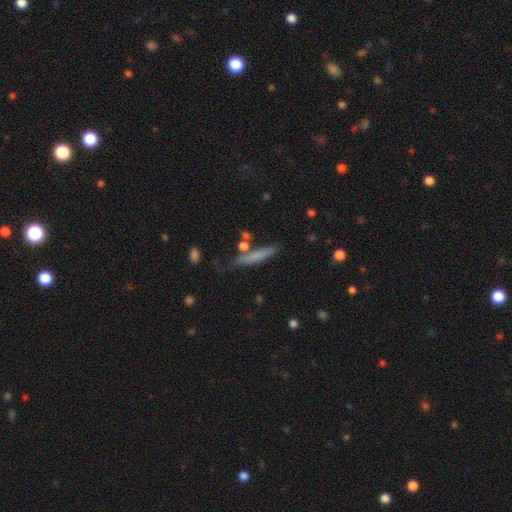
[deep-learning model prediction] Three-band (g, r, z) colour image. It shows a smooth galaxy with no disk features (69%) that is cigar-shaped (92%). Merging: none (77%).